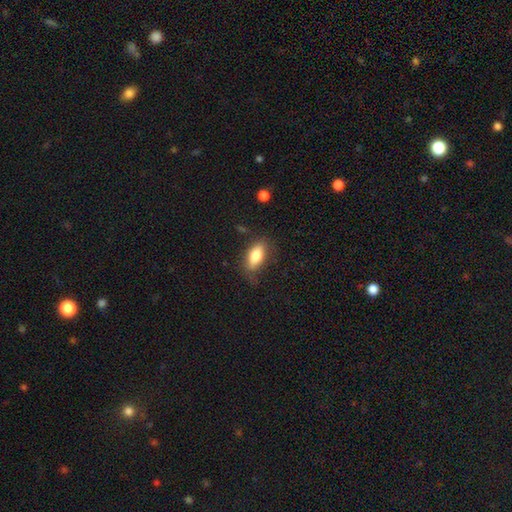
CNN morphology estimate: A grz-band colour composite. It shows a smooth galaxy with no disk features (80%) that is in between round and cigar-shaped (85%). Merging: none (69%).